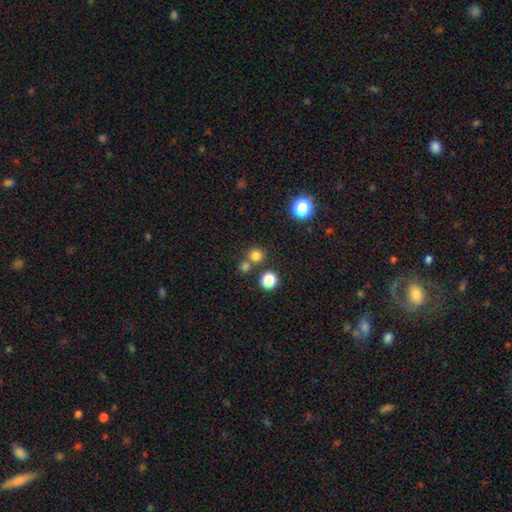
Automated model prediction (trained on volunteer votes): The model was most divided on "merging": none: 69%, merger: 22%, minor disturbance: 6%, major disturbance: 3%. More confident: how rounded — round (91%); smooth or featured — smooth (76%).